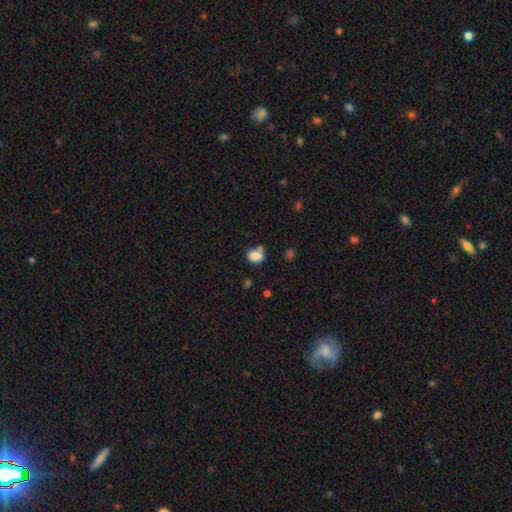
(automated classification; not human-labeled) This appears to be a smooth galaxy with no disk features (81%) that is in between round and cigar-shaped (54%). Merging: none (47%).